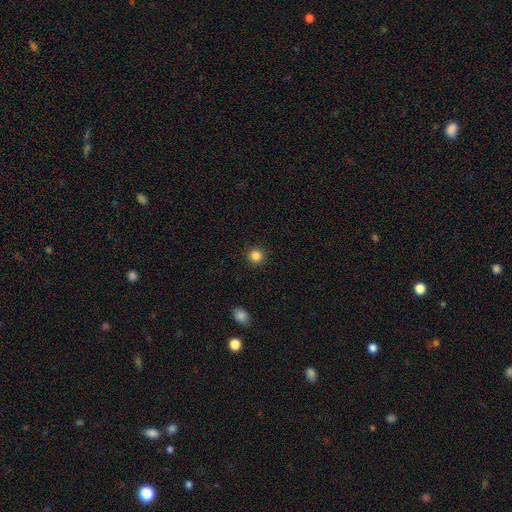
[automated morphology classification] This is clearly a smooth galaxy (84%). How rounded: clearly round (95%). Merging: clearly none (93%).